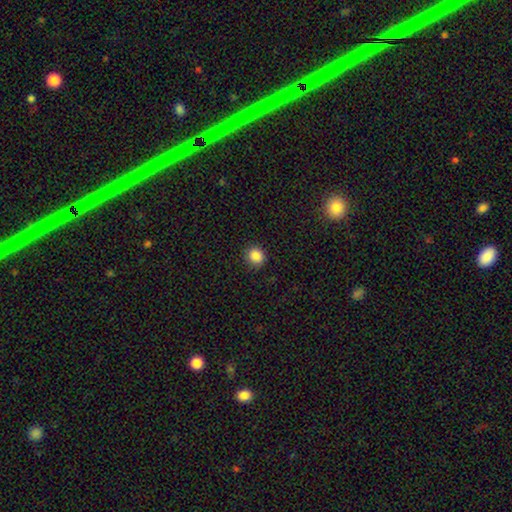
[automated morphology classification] type=smooth (86%); roundness=round (86%); merging=none (88%).